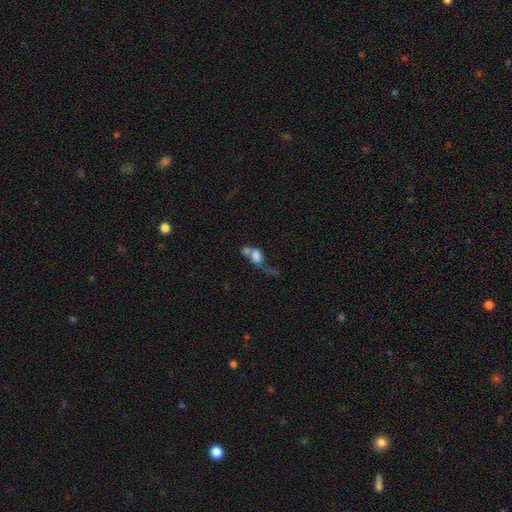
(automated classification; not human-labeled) smooth 63%, featured or disk 25%, star or artifact 13%. Down the decision tree: how rounded — in between (68%); merging — merger (61%).